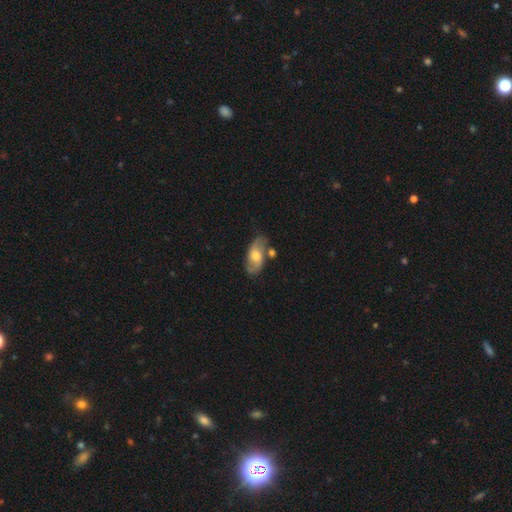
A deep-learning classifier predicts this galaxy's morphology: Smooth or featured?
  - featured or disk: 59% *
  - smooth: 34%
  - star or artifact: 7%
Edge-on disk?
  - no: 91% *
  - yes: 9%
Bar?
  - no: 56% *
  - weak: 36%
  - strong: 8%
Spiral arms?
  - yes: 83% *
  - no: 17%
Bulge size?
  - moderate: 65% *
  - small: 19%
  - large: 12%
  - none: 2%
  - dominant: 1%
Merging?
  - none: 66% *
  - minor disturbance: 18%
  - merger: 11%
  - major disturbance: 5%